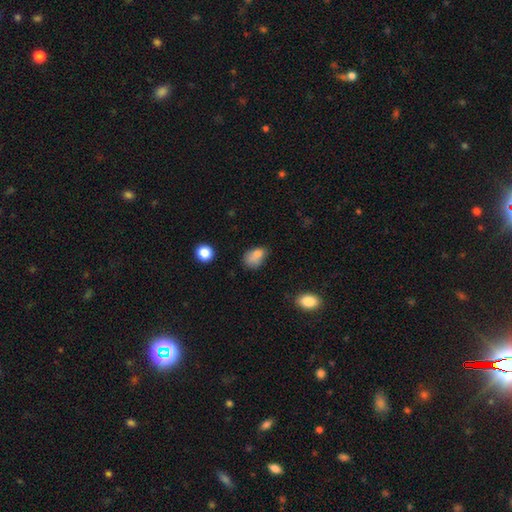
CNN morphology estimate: Smooth or featured? smooth (75%)
How rounded? in between (72%)
Merging? none (37%)